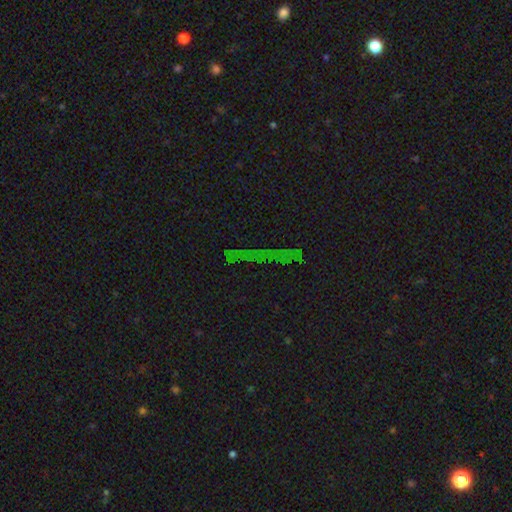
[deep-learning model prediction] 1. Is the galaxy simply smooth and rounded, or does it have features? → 66% star or artifact, 19% featured or disk, 16% smooth.